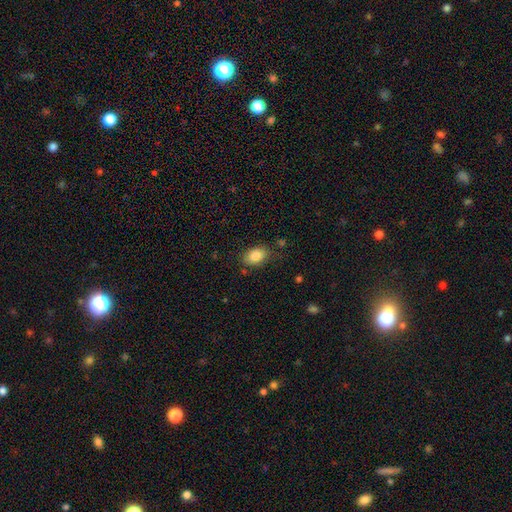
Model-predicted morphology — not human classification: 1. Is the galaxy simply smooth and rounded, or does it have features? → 85% smooth, 8% star or artifact, 7% featured or disk.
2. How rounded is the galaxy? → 86% in between, 13% round, 1% cigar-shaped.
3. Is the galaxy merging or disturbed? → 77% none, 16% minor disturbance, 4% major disturbance, 3% merger.